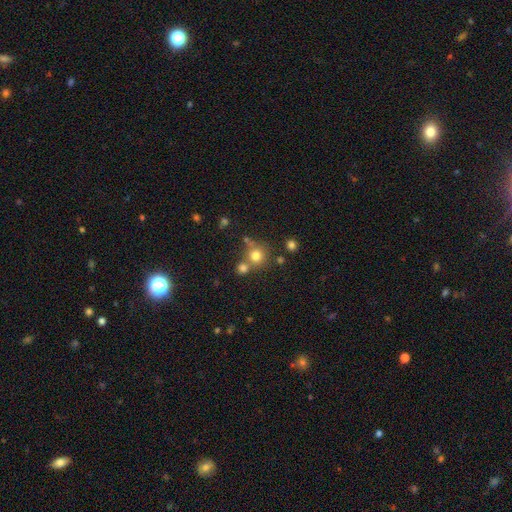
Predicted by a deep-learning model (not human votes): smooth 76%, star or artifact 15%, featured or disk 10%. Down the decision tree: how rounded — round (89%); merging — none (59%).